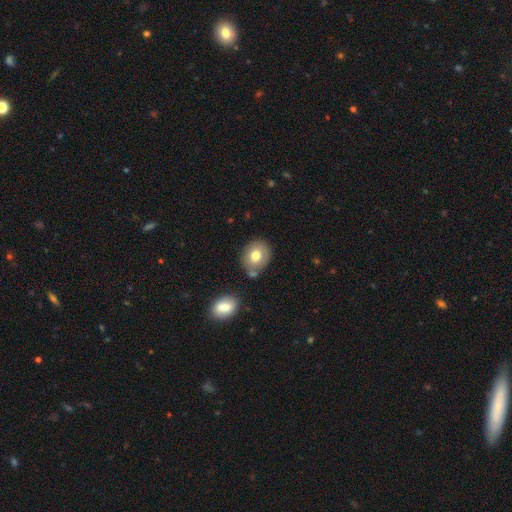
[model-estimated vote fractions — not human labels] smooth_or_featured: smooth (p=0.74) [alt: featured or disk p=0.18]
how_rounded: round (p=0.61) [alt: in between p=0.38]
merging: none (p=0.70) [alt: minor disturbance p=0.14]